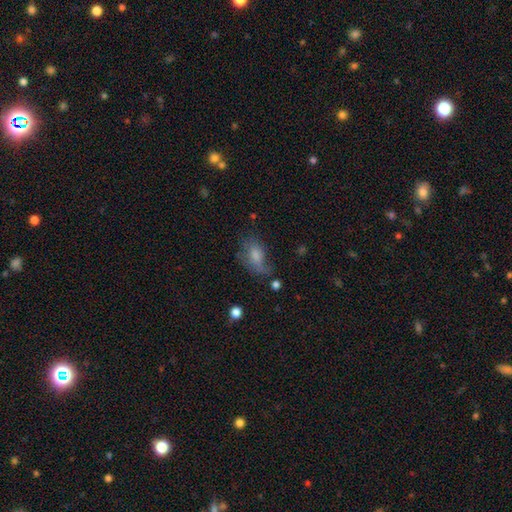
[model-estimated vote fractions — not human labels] Q: Smooth or featured?
A: smooth (66%); runner-up: featured or disk (23%)
Q: How rounded?
A: in between (87%); runner-up: round (9%)
Q: Merging?
A: none (38%); runner-up: minor disturbance (31%)